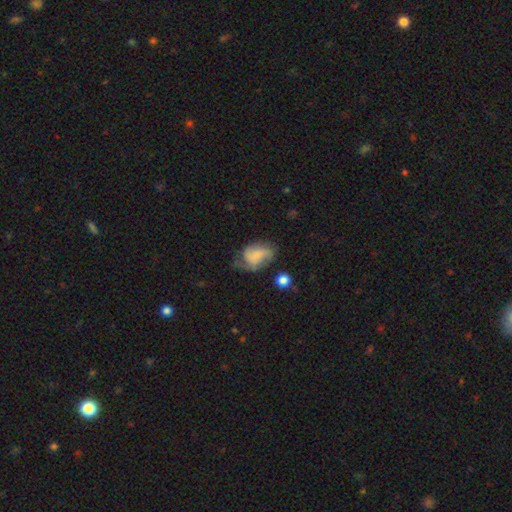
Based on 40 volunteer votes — Morphology: type=smooth (60%); roundness=in between (83%); merging=none (39%).